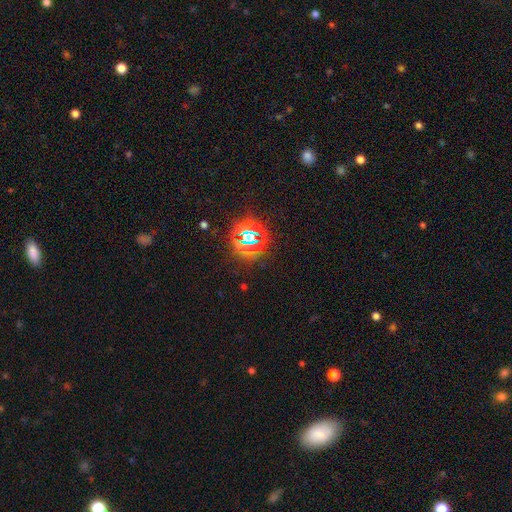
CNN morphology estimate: Overall: star or artifact (61%; smooth 32%).